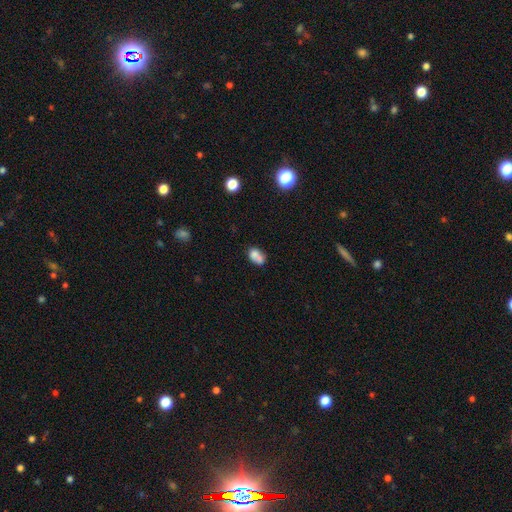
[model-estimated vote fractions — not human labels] smooth 72%, featured or disk 18%, star or artifact 10%. Down the decision tree: how rounded — in between (75%); merging — merger (43%).